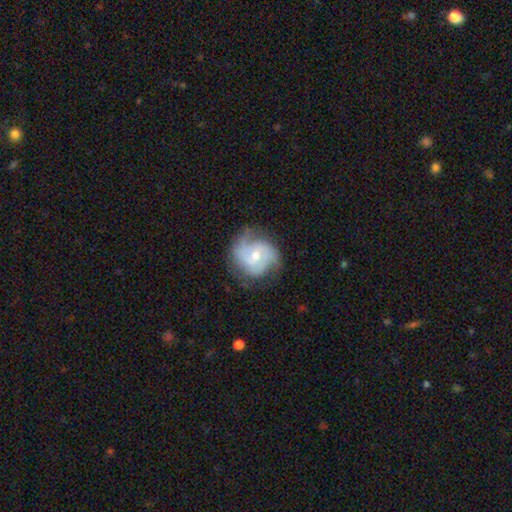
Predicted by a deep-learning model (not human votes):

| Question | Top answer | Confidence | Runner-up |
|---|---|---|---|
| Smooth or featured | featured or disk | 75% | smooth (19%) |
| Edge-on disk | no | 98% | yes (2%) |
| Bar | no | 56% | weak (37%) |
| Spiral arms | yes | 92% | no (8%) |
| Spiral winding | medium | 43% | tight (38%) |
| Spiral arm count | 2 | 48% | can't tell (20%) |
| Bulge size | moderate | 49% | small (47%) |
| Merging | none | 67% | minor disturbance (22%) |